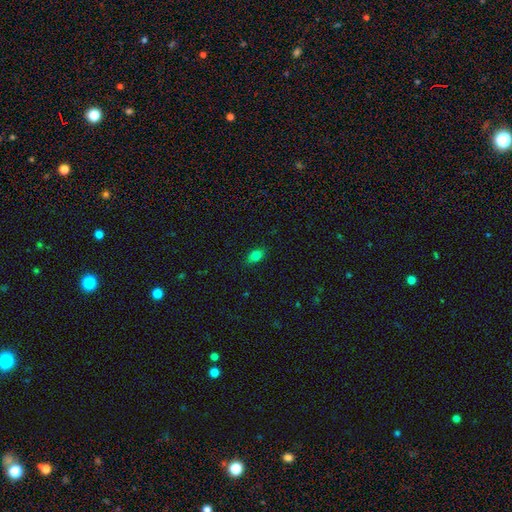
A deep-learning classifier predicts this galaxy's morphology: Smooth or featured? Predicted: smooth (p=0.78). How rounded? Predicted: in between (p=0.82). Merging? Predicted: none (p=0.85).